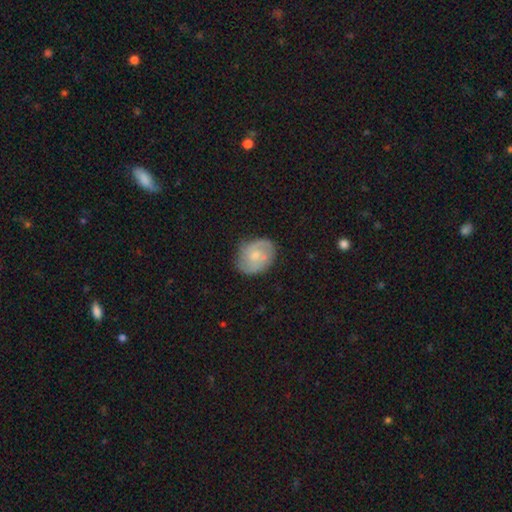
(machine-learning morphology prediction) featured or disk 59%, smooth 35%, star or artifact 6%. Down the decision tree: edge-on disk — no (97%); bar — no (69%); spiral arms — yes (84%); bulge size — small (51%); merging — none (73%).